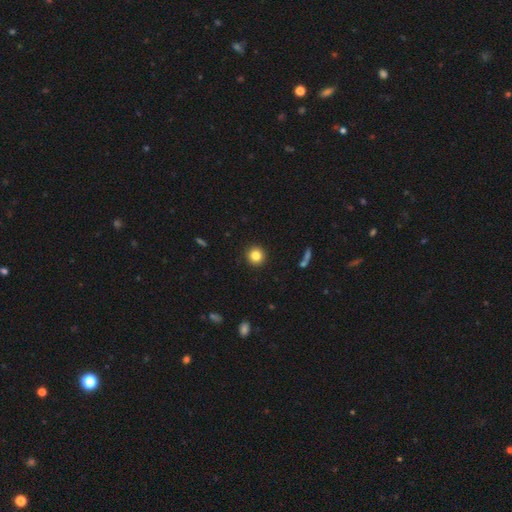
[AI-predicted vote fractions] smooth 83%, star or artifact 11%, featured or disk 6%. Down the decision tree: how rounded — round (94%); merging — none (92%).